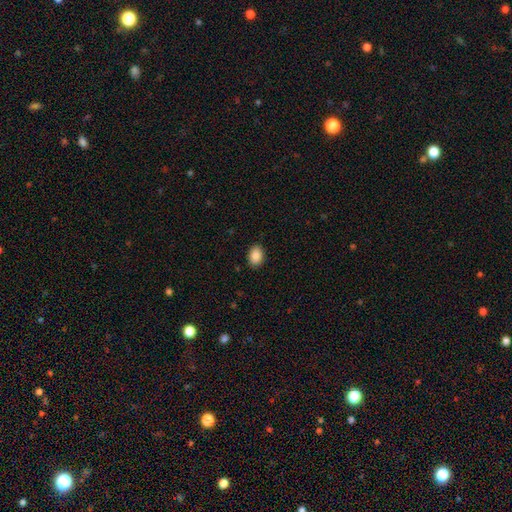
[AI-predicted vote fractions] smooth_or_featured: smooth (p=0.89) [alt: star or artifact p=0.08]
how_rounded: in between (p=0.79) [alt: round p=0.20]
merging: none (p=0.89) [alt: minor disturbance p=0.08]